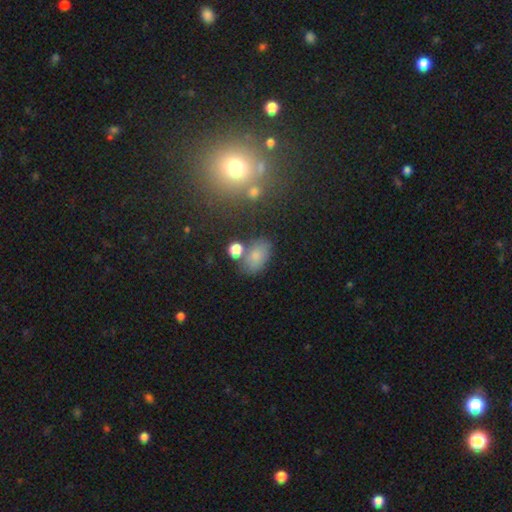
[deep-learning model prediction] The model was most divided on "merging": none: 63%, minor disturbance: 17%, merger: 14%, major disturbance: 7%. More confident: how rounded — in between (84%); smooth or featured — smooth (74%).